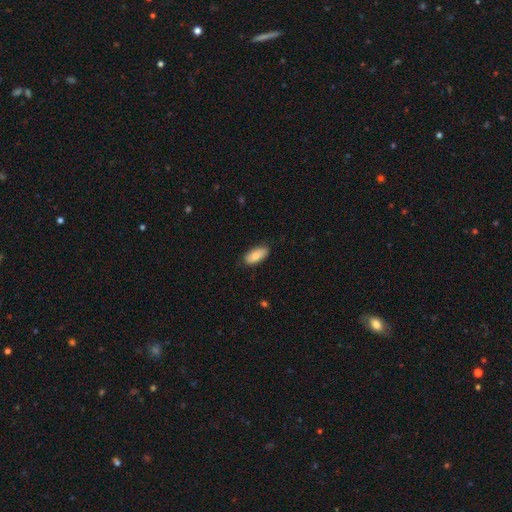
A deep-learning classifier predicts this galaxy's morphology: This is clearly a smooth galaxy (82%). How rounded: clearly in between (89%). Merging: clearly none (82%).